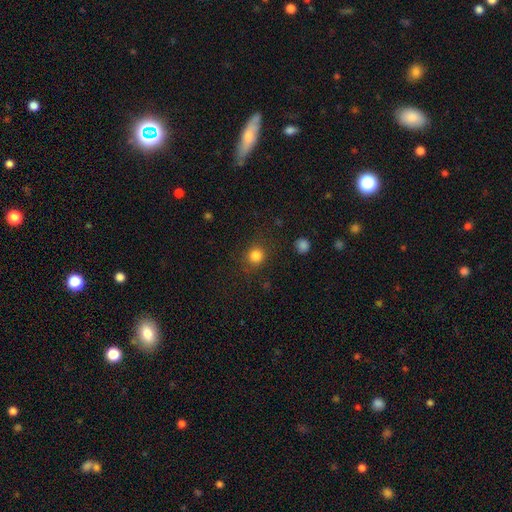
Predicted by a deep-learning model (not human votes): Smooth or featured: smooth — 83% (star or artifact — 12%)
How rounded: round — 88% (in between — 11%)
Merging: none — 83% (minor disturbance — 10%)